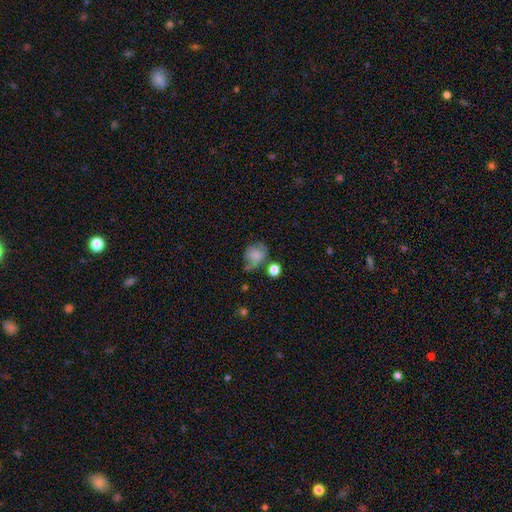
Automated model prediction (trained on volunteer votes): Smooth or featured?
  - smooth: 73% *
  - featured or disk: 16%
  - star or artifact: 11%
How rounded?
  - round: 61% *
  - in between: 37%
  - cigar-shaped: 1%
Merging?
  - none: 46% *
  - minor disturbance: 27%
  - major disturbance: 15%
  - merger: 13%